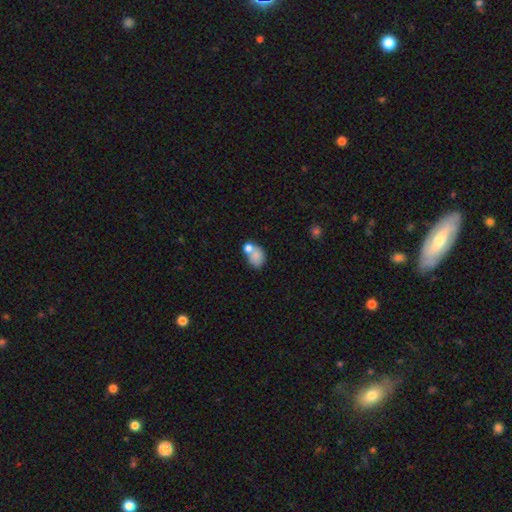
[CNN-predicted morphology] Smooth or featured: smooth — 78% (featured or disk — 13%)
How rounded: in between — 67% (round — 31%)
Merging: merger — 40% (none — 38%)